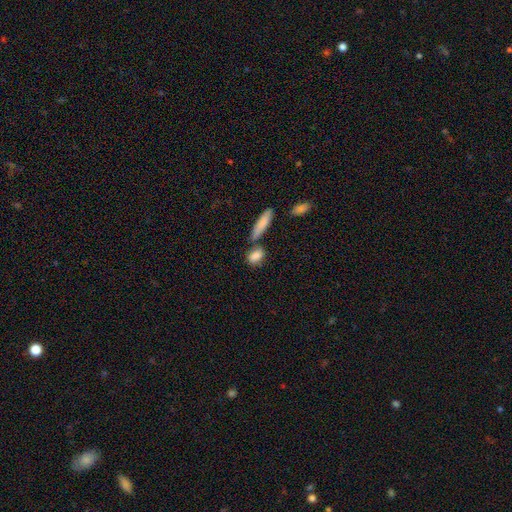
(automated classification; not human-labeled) Morphology: type=smooth (84%); roundness=in between (69%); merging=none (58%).